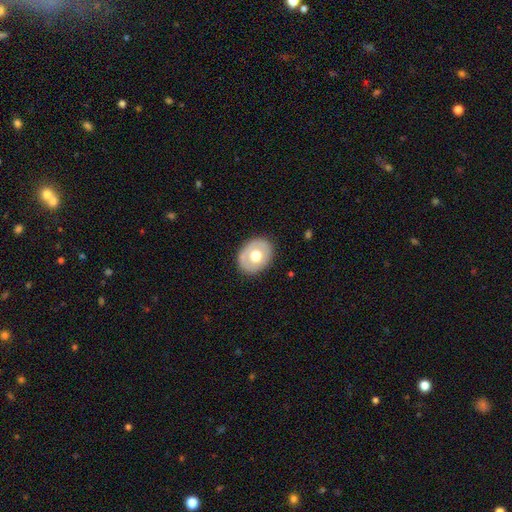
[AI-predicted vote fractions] Smooth or featured?
  - smooth: 55% *
  - featured or disk: 39%
  - star or artifact: 6%
How rounded?
  - in between: 51% *
  - round: 48%
  - cigar-shaped: 1%
Merging?
  - none: 84% *
  - minor disturbance: 12%
  - major disturbance: 3%
  - merger: 1%